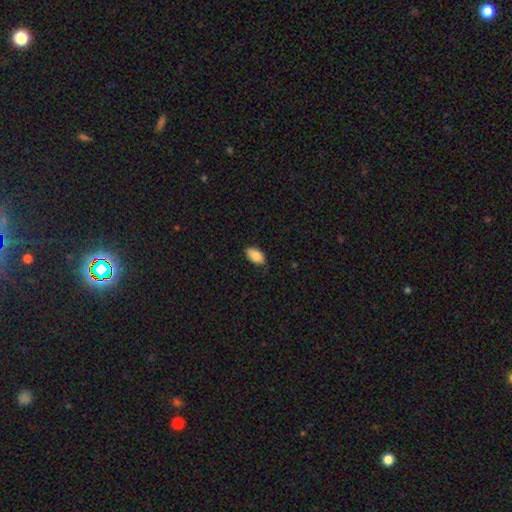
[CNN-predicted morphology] Smooth or featured? Predicted: smooth (p=0.84). How rounded? Predicted: in between (p=0.93). Merging? Predicted: none (p=0.83).